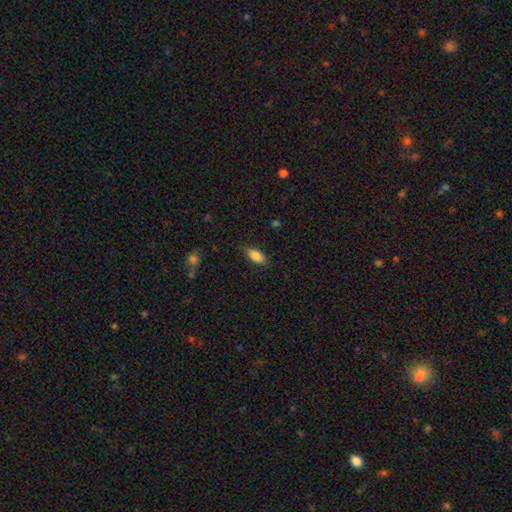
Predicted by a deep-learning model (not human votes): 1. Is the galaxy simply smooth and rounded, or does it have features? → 86% smooth, 7% star or artifact, 6% featured or disk.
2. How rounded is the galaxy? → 88% in between, 9% cigar-shaped, 3% round.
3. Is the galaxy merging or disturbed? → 83% none, 13% minor disturbance, 3% major disturbance, 1% merger.